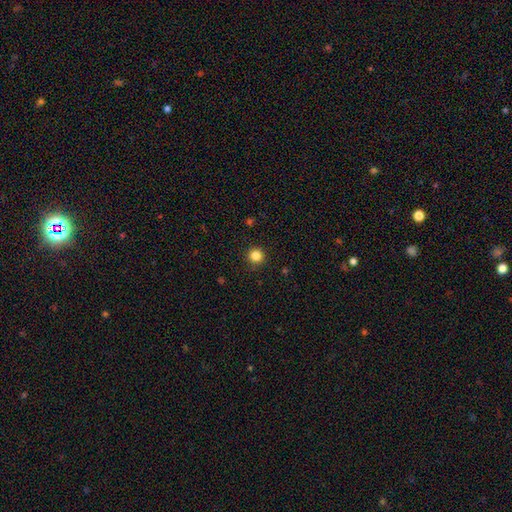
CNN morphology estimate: type=smooth (84%); roundness=round (95%); merging=none (92%).